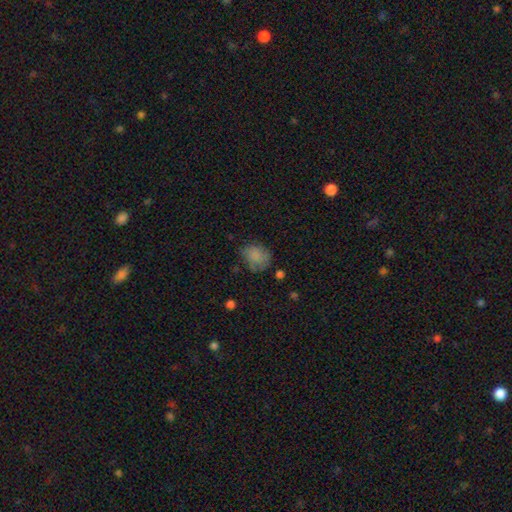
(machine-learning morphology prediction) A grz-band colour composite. It shows a smooth galaxy with no disk features (78%) that is round (59%). Merging: none (63%).